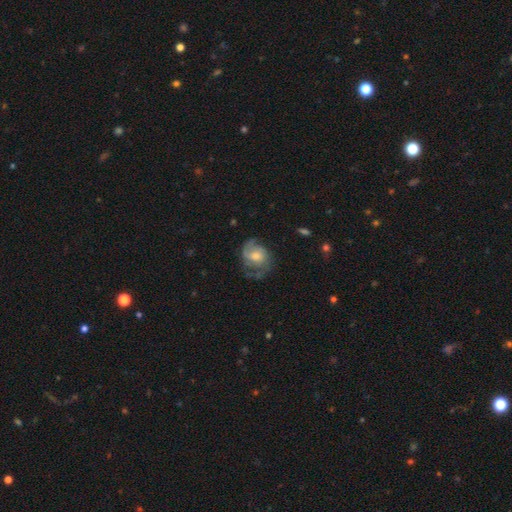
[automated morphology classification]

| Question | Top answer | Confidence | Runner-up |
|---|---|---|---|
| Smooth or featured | featured or disk | 69% | smooth (23%) |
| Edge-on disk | no | 97% | yes (3%) |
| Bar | no | 57% | weak (36%) |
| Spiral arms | yes | 89% | no (11%) |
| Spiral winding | medium | 47% | tight (33%) |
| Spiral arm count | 2 | 65% | can't tell (16%) |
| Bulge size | moderate | 53% | small (25%) |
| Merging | none | 60% | minor disturbance (23%) |